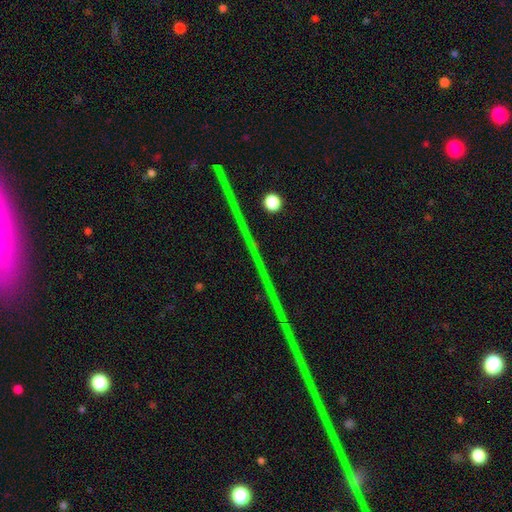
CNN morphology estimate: A star or artifact, not a galaxy (68%).